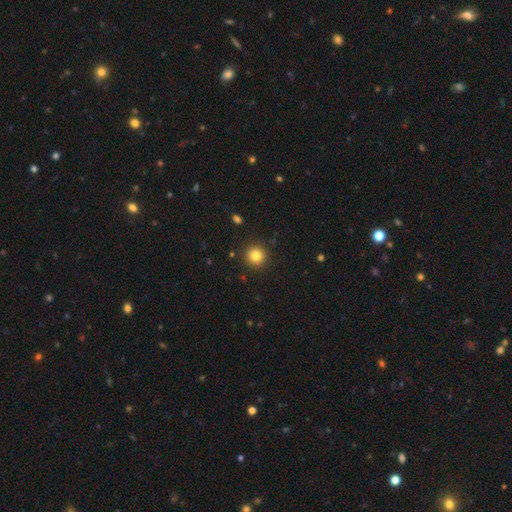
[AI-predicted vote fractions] smooth-or-featured: smooth: 83% | star or artifact: 11% | featured or disk: 6%
  how-rounded: round: 95% | in between: 4% | cigar-shaped: 1%
  merging: none: 91% | minor disturbance: 5% | major disturbance: 2% | merger: 1%